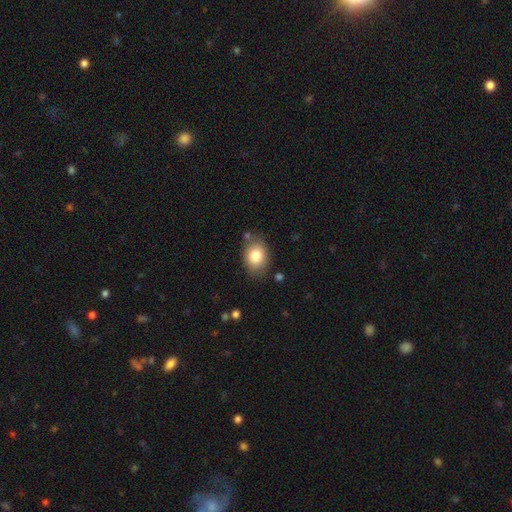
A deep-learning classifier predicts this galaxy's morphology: Overall: smooth (82%). How rounded: in between (71%). Merging: none (80%).